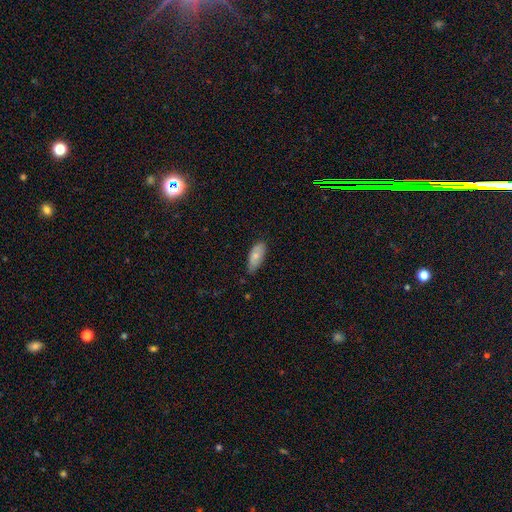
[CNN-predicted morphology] Smooth or featured? smooth (76%)
How rounded? in between (86%)
Merging? none (67%)